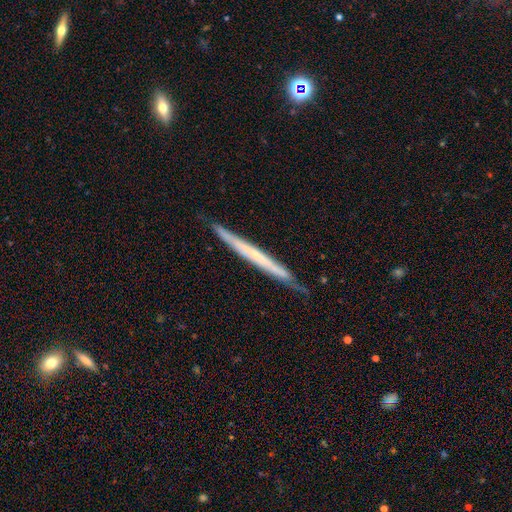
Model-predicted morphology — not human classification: smooth-or-featured: featured or disk: 55% | smooth: 39% | star or artifact: 6%
  disk-edge-on: yes: 96% | no: 4%
    edge-on-bulge: none: 83% | rounded: 13% | boxy: 5%
  merging: none: 84% | minor disturbance: 13% | major disturbance: 2% | merger: 1%